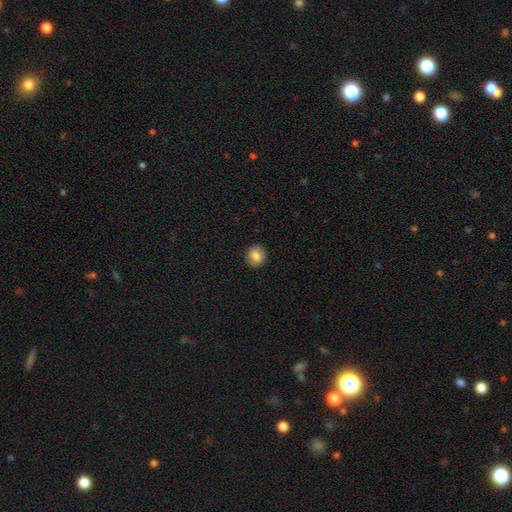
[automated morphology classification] Overall: smooth (84%). How rounded: round (89%). Merging: none (92%).